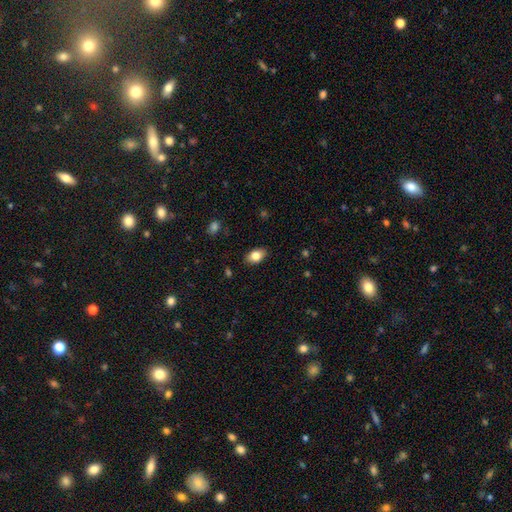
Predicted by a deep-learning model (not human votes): Q: Smooth or featured?
A: smooth (81%); runner-up: featured or disk (11%)
Q: How rounded?
A: in between (88%); runner-up: round (10%)
Q: Merging?
A: none (86%); runner-up: minor disturbance (10%)